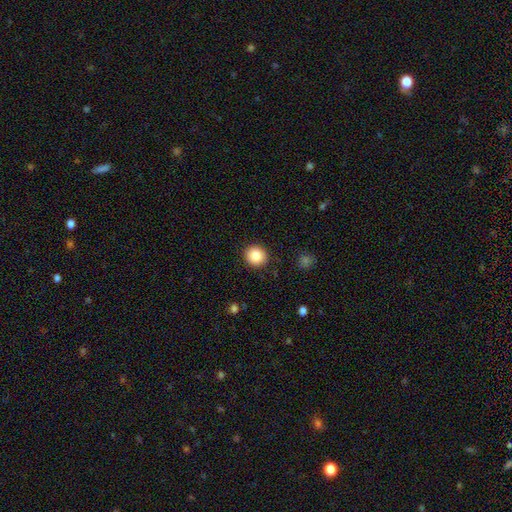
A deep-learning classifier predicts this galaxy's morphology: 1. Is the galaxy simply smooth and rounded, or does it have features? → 87% smooth, 9% star or artifact, 4% featured or disk.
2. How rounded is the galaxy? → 90% round, 9% in between, 1% cigar-shaped.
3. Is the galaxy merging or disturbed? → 91% none, 6% minor disturbance, 2% major disturbance, 1% merger.